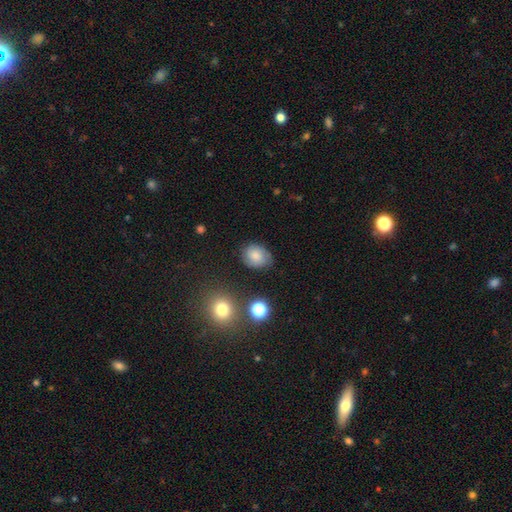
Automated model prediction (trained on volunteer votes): Smooth or featured: smooth — 76% (featured or disk — 13%)
How rounded: round — 51% (in between — 48%)
Merging: none — 76% (minor disturbance — 18%)